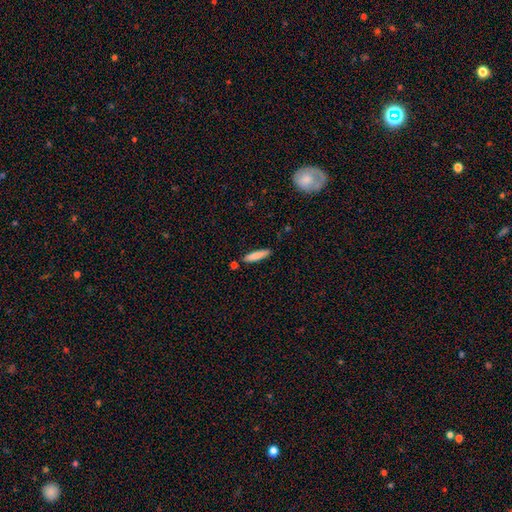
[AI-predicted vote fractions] A smooth galaxy with no disk features (82%) that is cigar-shaped (84%).

Vote fractions:
- Smooth or featured? smooth: 82% / featured or disk: 11% / star or artifact: 6%
- How rounded? cigar-shaped: 84% / in between: 15% / round: 1%
- Merging? none: 82% / minor disturbance: 11% / merger: 5% / major disturbance: 2%